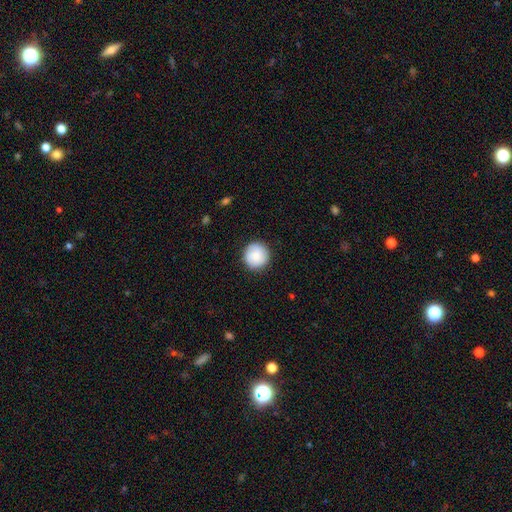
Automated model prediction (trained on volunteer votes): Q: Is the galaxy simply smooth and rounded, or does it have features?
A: smooth — 84%.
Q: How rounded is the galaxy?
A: round — 95%.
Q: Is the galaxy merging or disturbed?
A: none — 89%.